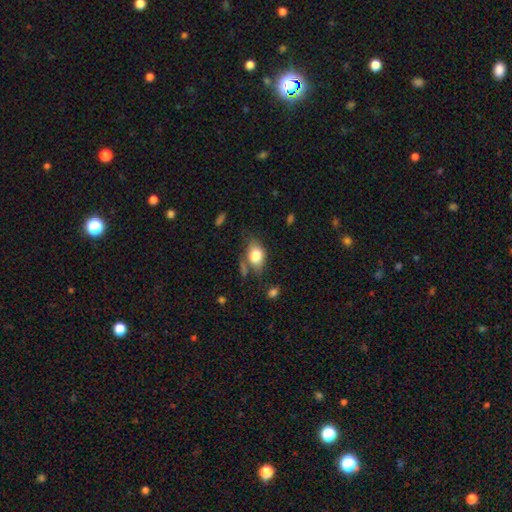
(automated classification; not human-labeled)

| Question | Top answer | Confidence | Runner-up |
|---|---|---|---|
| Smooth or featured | smooth | 78% | featured or disk (14%) |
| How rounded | in between | 78% | round (20%) |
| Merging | none | 53% | minor disturbance (26%) |